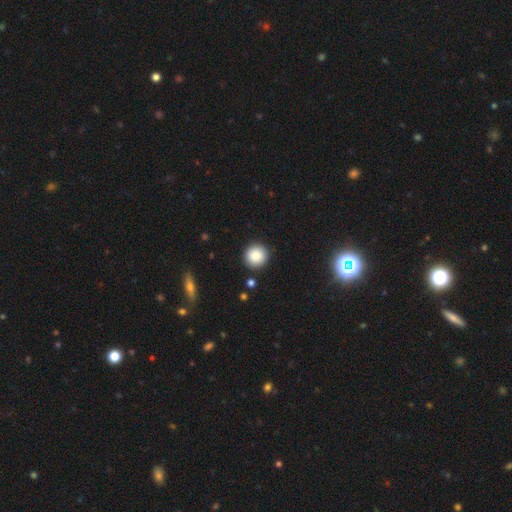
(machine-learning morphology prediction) Smooth or featured? smooth (86%)
How rounded? round (95%)
Merging? none (90%)